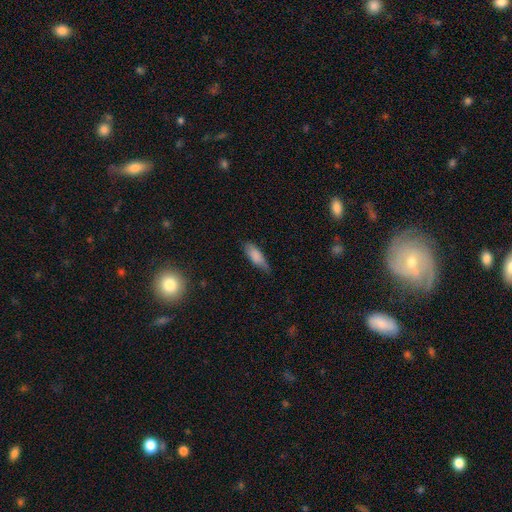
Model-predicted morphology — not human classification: Smooth or featured? Predicted: smooth (p=0.82). How rounded? Predicted: in between (p=0.64). Merging? Predicted: none (p=0.61).